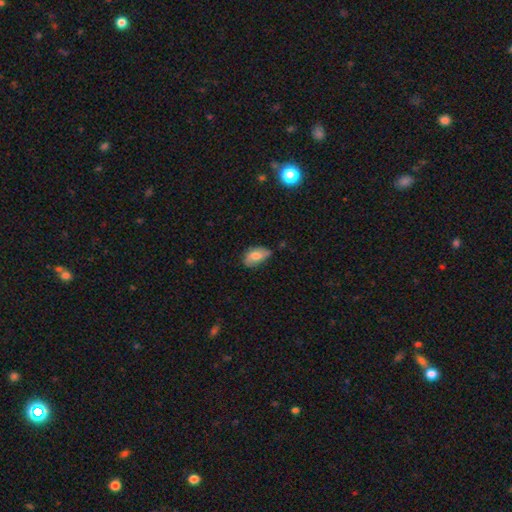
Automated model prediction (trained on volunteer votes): Smooth or featured? Predicted: smooth (p=0.69). How rounded? Predicted: in between (p=0.90). Merging? Predicted: none (p=0.49).